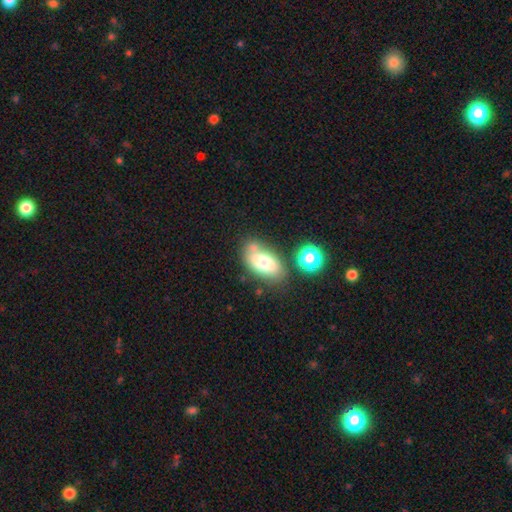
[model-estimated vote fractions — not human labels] Smooth or featured? Predicted: smooth (p=0.72). How rounded? Predicted: in between (p=0.89). Merging? Predicted: none (p=0.58).